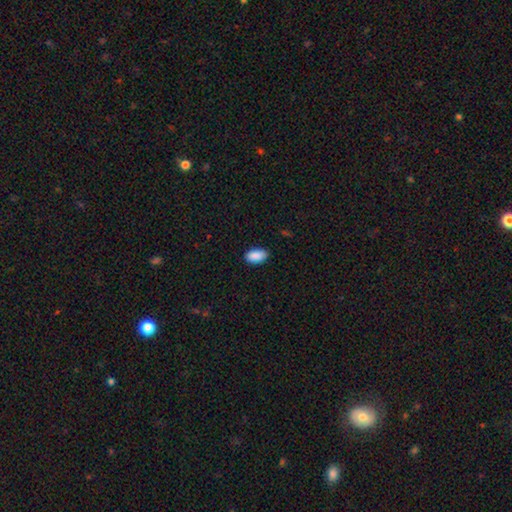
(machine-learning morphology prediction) Smooth or featured?
  - smooth: 90% *
  - star or artifact: 7%
  - featured or disk: 3%
How rounded?
  - in between: 95% *
  - round: 3%
  - cigar-shaped: 2%
Merging?
  - none: 87% *
  - minor disturbance: 10%
  - major disturbance: 2%
  - merger: 1%